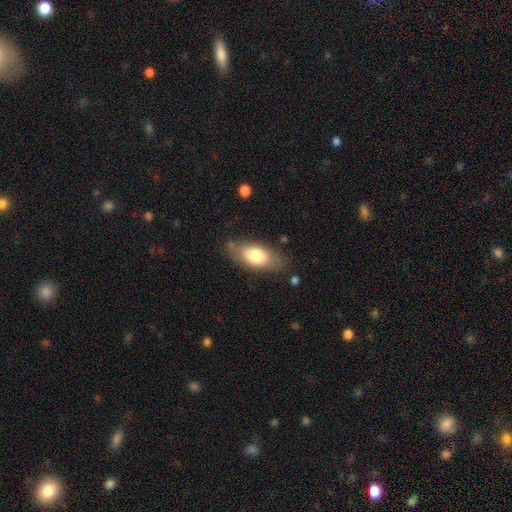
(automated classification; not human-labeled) Smooth or featured?
  - smooth: 73% *
  - featured or disk: 20%
  - star or artifact: 7%
How rounded?
  - in between: 88% *
  - cigar-shaped: 7%
  - round: 4%
Merging?
  - none: 75% *
  - minor disturbance: 17%
  - major disturbance: 5%
  - merger: 3%